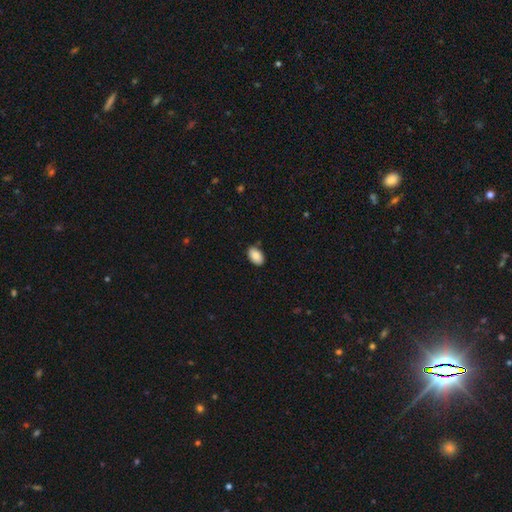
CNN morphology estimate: Q: Smooth or featured?
A: smooth (88%); runner-up: star or artifact (7%)
Q: How rounded?
A: in between (93%); runner-up: round (6%)
Q: Merging?
A: none (85%); runner-up: minor disturbance (11%)